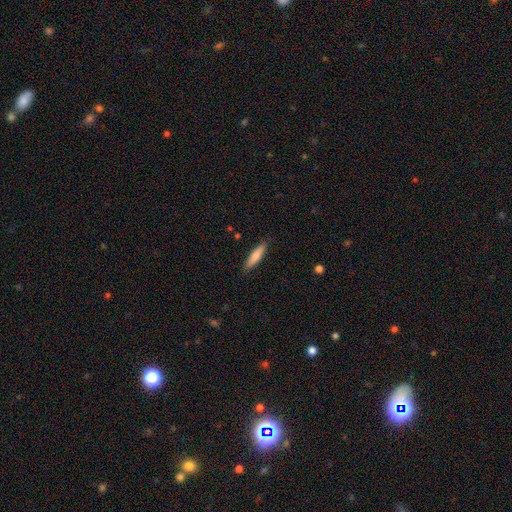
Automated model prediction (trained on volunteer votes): smooth_or_featured: smooth (p=0.77) [alt: featured or disk p=0.17]
how_rounded: cigar-shaped (p=0.81) [alt: in between p=0.17]
merging: none (p=0.88) [alt: minor disturbance p=0.09]